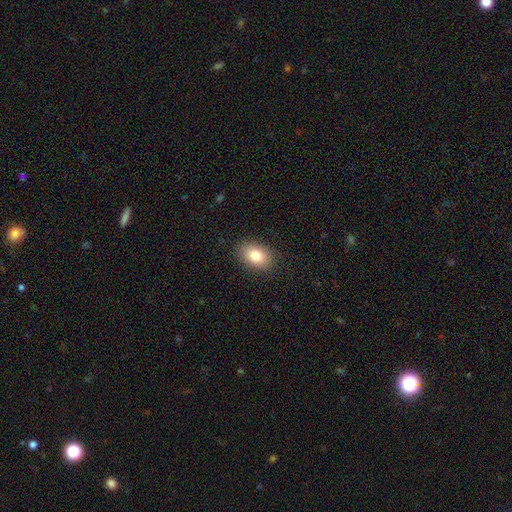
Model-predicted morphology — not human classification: A smooth galaxy with no disk features (83%) that is in between round and cigar-shaped (86%). Merging: none (87%).